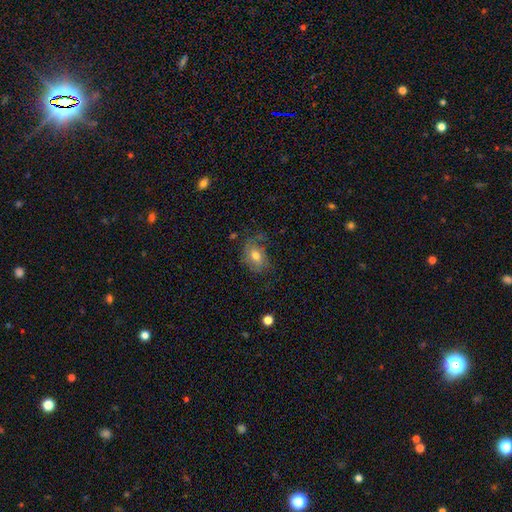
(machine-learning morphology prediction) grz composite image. It shows a smooth galaxy with no disk features (59%) that is in between round and cigar-shaped (78%). Merging: none (52%).